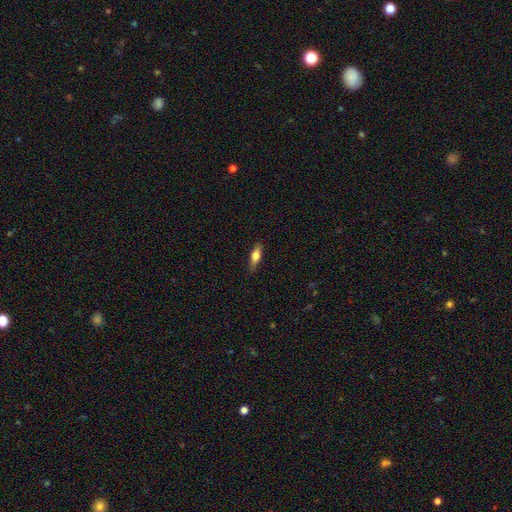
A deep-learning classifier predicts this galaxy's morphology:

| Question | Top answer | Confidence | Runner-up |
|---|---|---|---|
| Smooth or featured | smooth | 64% | featured or disk (29%) |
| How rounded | in between | 50% | cigar-shaped (47%) |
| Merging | none | 85% | minor disturbance (12%) |